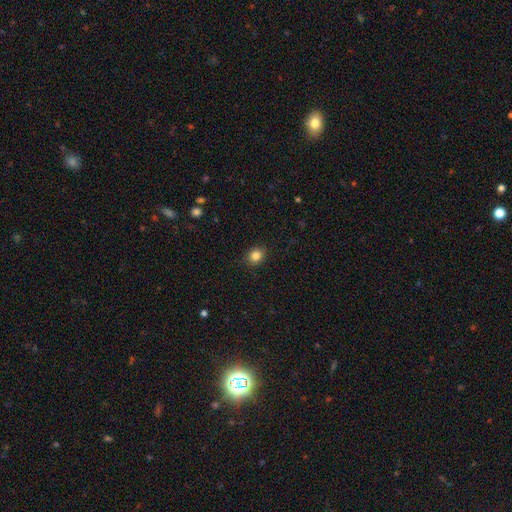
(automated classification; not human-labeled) Smooth or featured: smooth — 84% (star or artifact — 11%)
How rounded: round — 69% (in between — 30%)
Merging: none — 89% (minor disturbance — 8%)